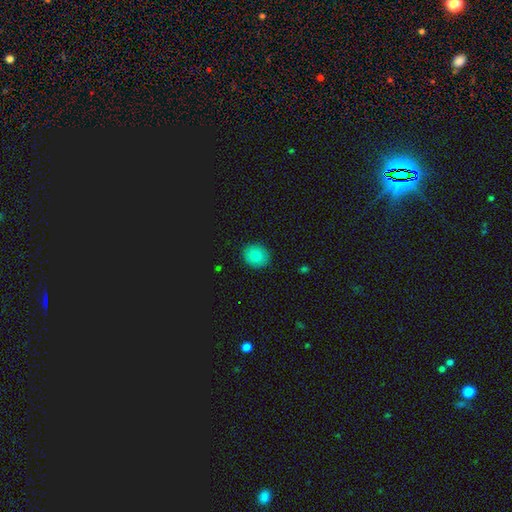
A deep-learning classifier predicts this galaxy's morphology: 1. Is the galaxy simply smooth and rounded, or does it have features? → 79% smooth, 11% star or artifact, 10% featured or disk.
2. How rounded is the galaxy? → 68% round, 31% in between, 1% cigar-shaped.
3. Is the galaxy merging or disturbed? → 90% none, 8% minor disturbance, 2% major disturbance, 1% merger.